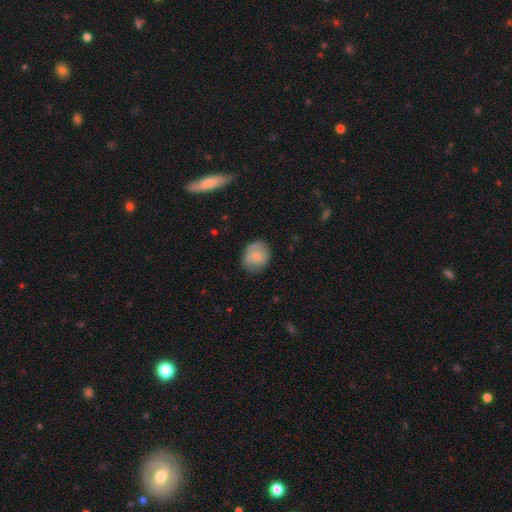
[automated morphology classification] smooth-or-featured: smooth: 71% | featured or disk: 22% | star or artifact: 7%
  how-rounded: round: 74% | in between: 25% | cigar-shaped: 1%
  merging: none: 73% | minor disturbance: 20% | major disturbance: 5% | merger: 2%